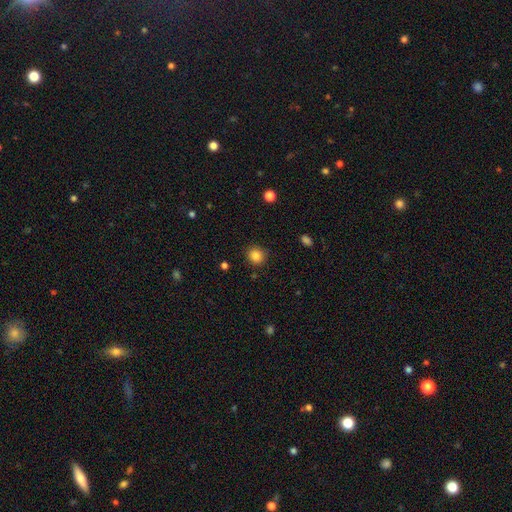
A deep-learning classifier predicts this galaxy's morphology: smooth-or-featured: smooth: 85% | star or artifact: 11% | featured or disk: 4%
  how-rounded: round: 89% | in between: 11% | cigar-shaped: 1%
  merging: none: 89% | minor disturbance: 8% | major disturbance: 2% | merger: 1%